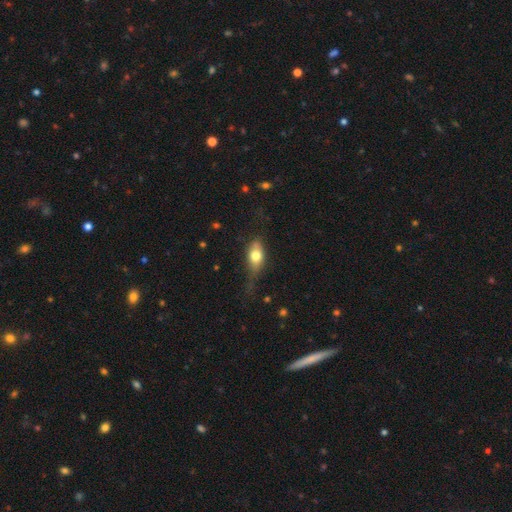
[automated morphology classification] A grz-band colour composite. It shows a smooth galaxy with no disk features (69%) that is in between round and cigar-shaped (80%). Merging: none (48%).